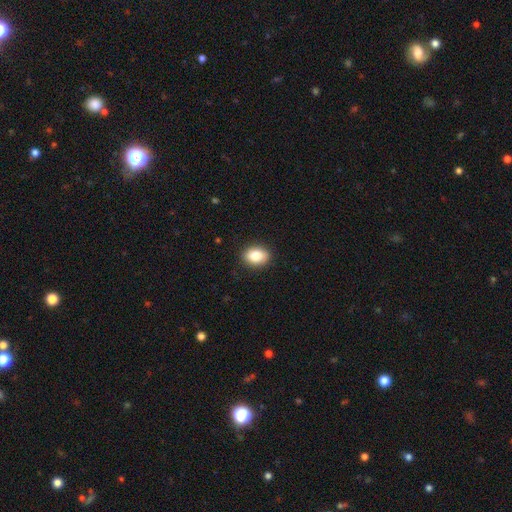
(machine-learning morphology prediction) The model was most divided on "how rounded": in between: 68%, round: 31%, cigar-shaped: 1%. More confident: merging — none (89%); smooth or featured — smooth (84%).